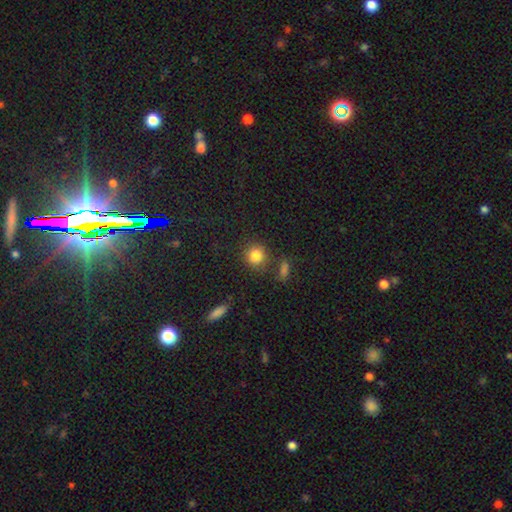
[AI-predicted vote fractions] Smooth or featured? smooth (84%)
How rounded? round (87%)
Merging? none (78%)